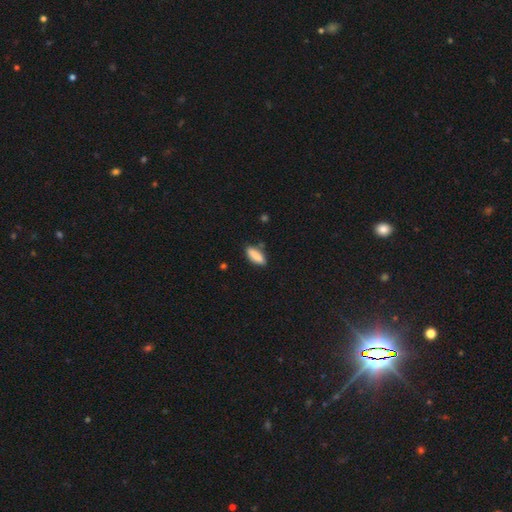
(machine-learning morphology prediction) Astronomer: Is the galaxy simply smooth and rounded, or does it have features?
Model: smooth — 87%.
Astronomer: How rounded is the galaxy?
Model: in between — 65%.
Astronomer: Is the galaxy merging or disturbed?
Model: none — 78%.